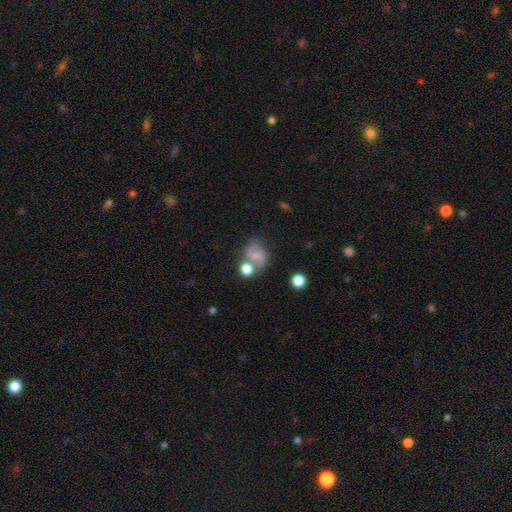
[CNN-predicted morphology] Q: Smooth or featured?
A: featured or disk (50%); runner-up: smooth (36%)
Q: Edge-on disk?
A: no (97%); runner-up: yes (3%)
Q: Merging?
A: none (42%); runner-up: merger (25%)